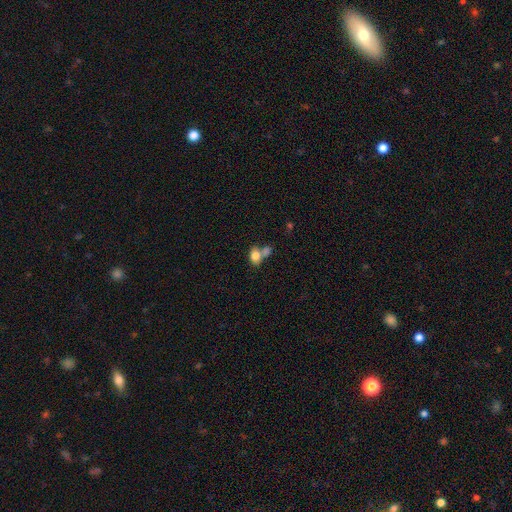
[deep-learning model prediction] A smooth galaxy with no disk features (80%) that is in between round and cigar-shaped (66%). Merging: merger (47%).